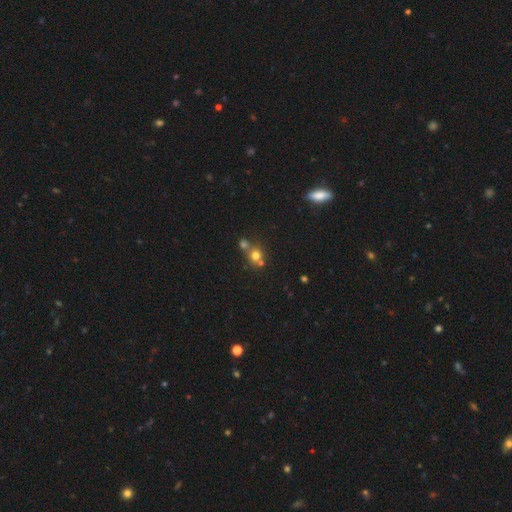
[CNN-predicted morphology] smooth-or-featured: smooth: 69% | star or artifact: 19% | featured or disk: 12%
  how-rounded: round: 86% | in between: 13% | cigar-shaped: 1%
  merging: none: 50% | merger: 40% | minor disturbance: 8% | major disturbance: 3%